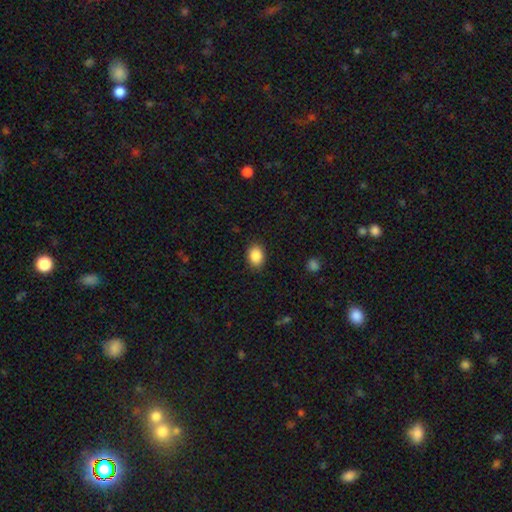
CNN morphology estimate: smooth_or_featured: smooth (p=0.88) [alt: star or artifact p=0.08]
how_rounded: in between (p=0.66) [alt: round p=0.33]
merging: none (p=0.87) [alt: minor disturbance p=0.09]